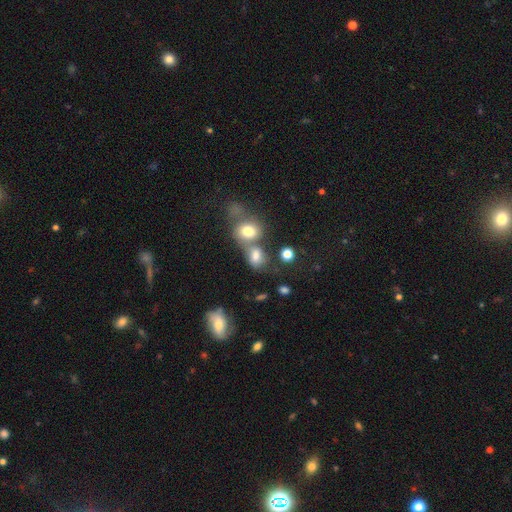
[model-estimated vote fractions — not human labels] Smooth or featured? smooth (74%)
How rounded? in between (59%)
Merging? merger (50%)